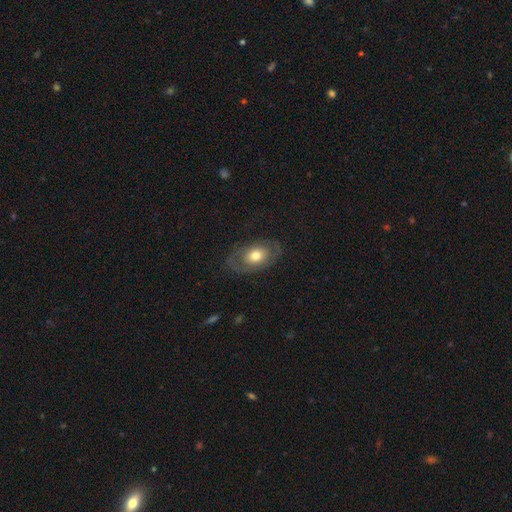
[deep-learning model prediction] A smooth galaxy with no disk features (48%).

Vote fractions:
- Smooth or featured? smooth: 48% / featured or disk: 45% / star or artifact: 7%
- Merging? none: 74% / minor disturbance: 16% / major disturbance: 9% / merger: 1%